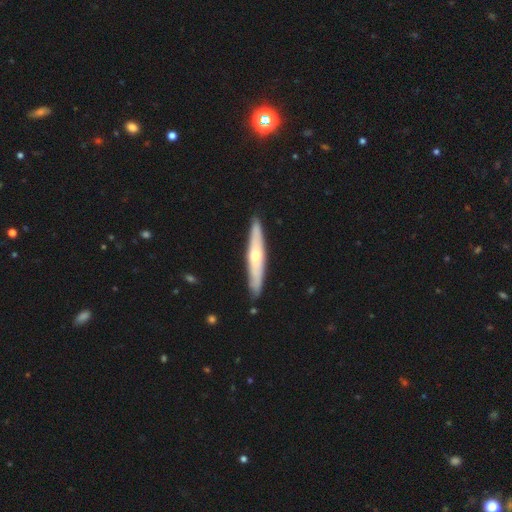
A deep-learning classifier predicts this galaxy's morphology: Smooth or featured? featured or disk (57%)
Edge-on disk? yes (86%)
Merging? none (89%)